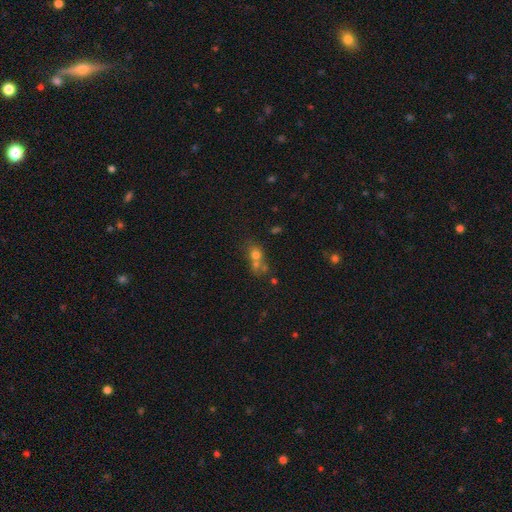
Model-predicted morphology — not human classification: This appears to be a smooth galaxy with no disk features (60%) that is round (64%). Merging: merger (50%).